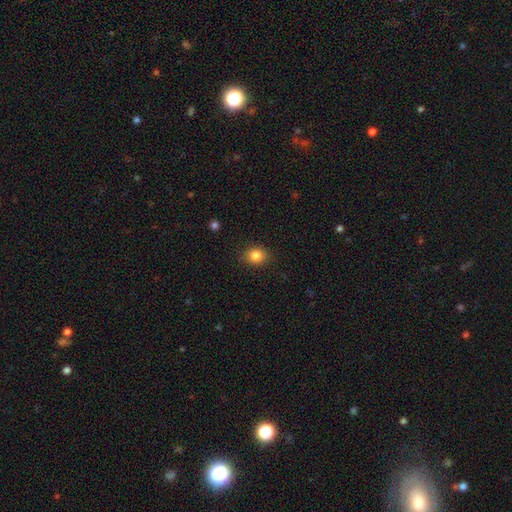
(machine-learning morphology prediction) Overall: smooth (84%). How rounded: round (60%; in between 39%). Merging: none (88%).